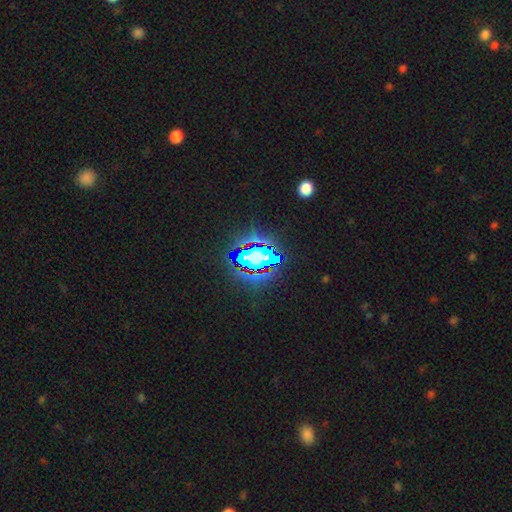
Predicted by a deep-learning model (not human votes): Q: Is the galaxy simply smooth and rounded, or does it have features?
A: star or artifact — 71%.